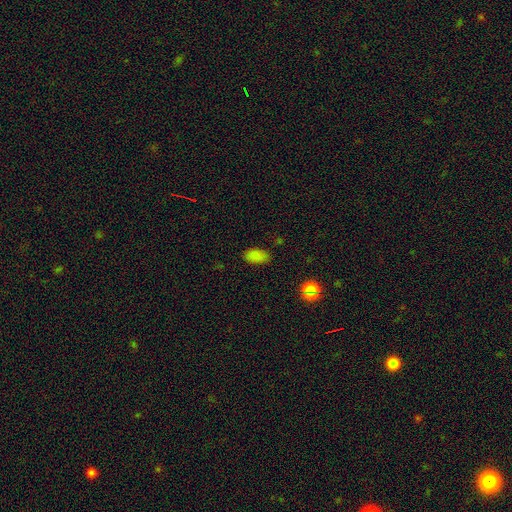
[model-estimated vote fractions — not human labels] Q: Smooth or featured?
A: smooth (82%); runner-up: star or artifact (13%)
Q: How rounded?
A: in between (92%); runner-up: round (6%)
Q: Merging?
A: none (80%); runner-up: minor disturbance (15%)